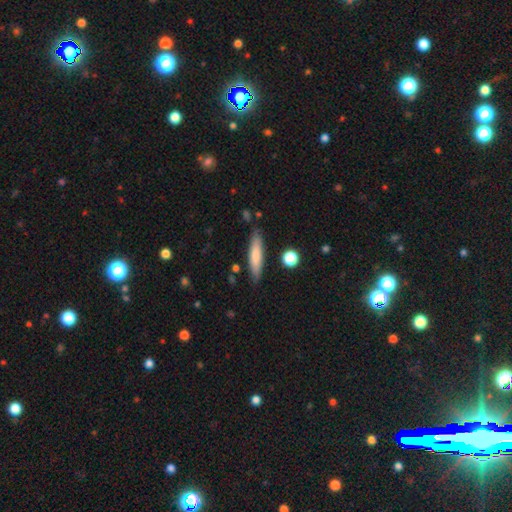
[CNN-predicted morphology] The model was most divided on "smooth or featured": smooth: 76%, featured or disk: 18%, star or artifact: 6%. More confident: merging — none (84%); how rounded — cigar-shaped (79%).